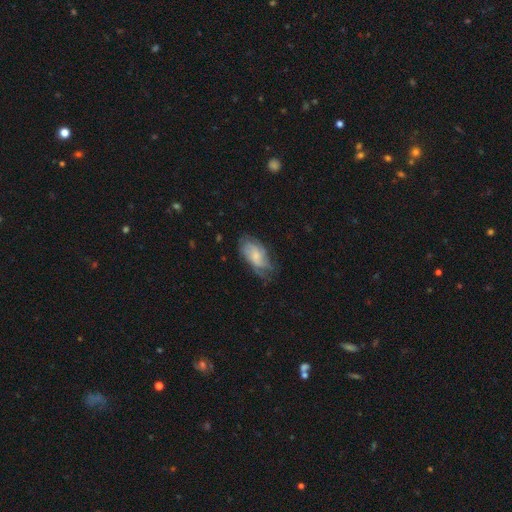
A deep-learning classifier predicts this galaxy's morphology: smooth_or_featured: featured or disk (p=0.60) [alt: smooth p=0.33]
disk_edge_on: no (p=0.96) [alt: yes p=0.04]
bar: no (p=0.65) [alt: weak p=0.30]
has_spiral_arms: yes (p=0.88) [alt: no p=0.12]
spiral_winding: tight (p=0.42) [alt: medium p=0.40]
spiral_arm_count: can't tell (p=0.40) [alt: 2 p=0.23]
bulge_size: small (p=0.51) [alt: moderate p=0.31]
merging: none (p=0.54) [alt: minor disturbance p=0.29]